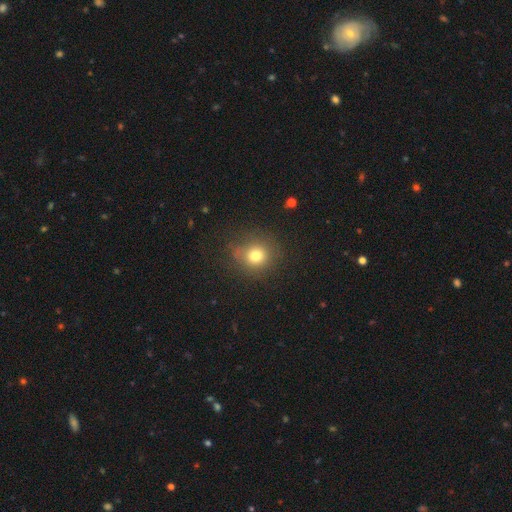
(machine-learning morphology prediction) A smooth galaxy with no disk features (75%) that is round (85%). Merging: none (79%).